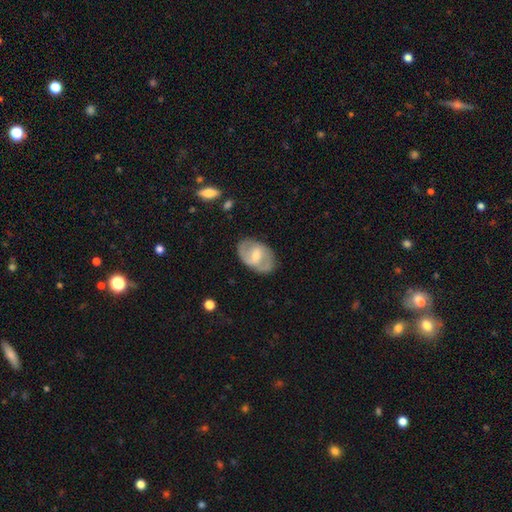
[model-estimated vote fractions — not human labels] A featured or disk galaxy (64%) with a weak bar (51%), spiral arms (71%) and a moderate central bulge (51%). Merging: none (78%).